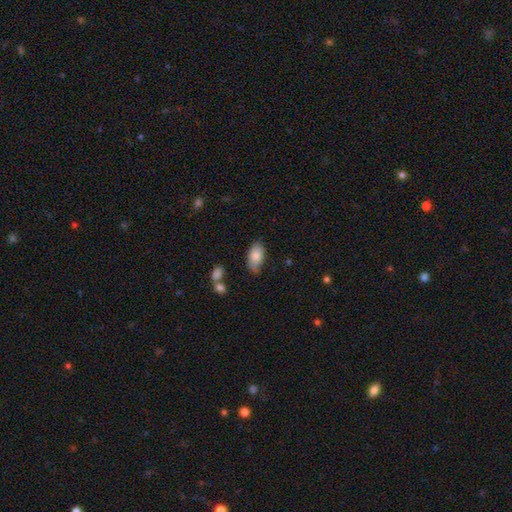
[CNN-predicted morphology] A smooth galaxy with no disk features (79%) that is in between round and cigar-shaped (93%). Merging: none (58%).